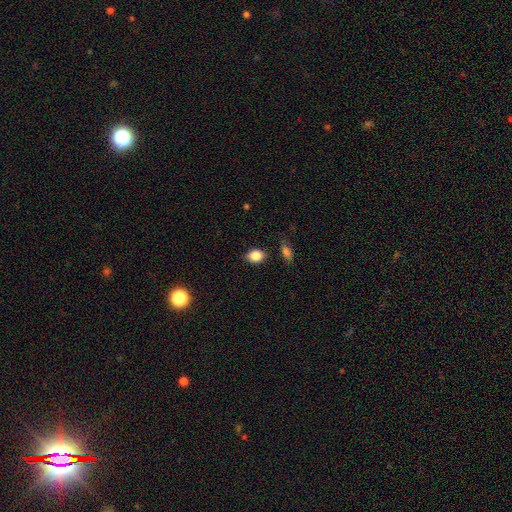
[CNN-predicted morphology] Smooth or featured: smooth — 84% (star or artifact — 9%)
How rounded: in between — 63% (round — 35%)
Merging: none — 80% (minor disturbance — 15%)